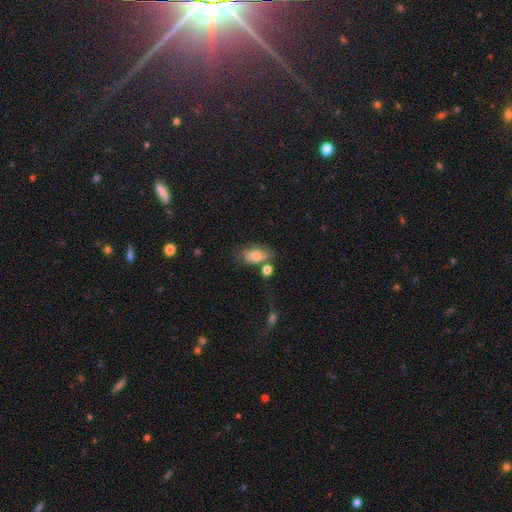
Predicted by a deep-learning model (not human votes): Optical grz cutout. It shows a smooth galaxy with no disk features (71%) that is in between round and cigar-shaped (89%). Merging: none (51%).